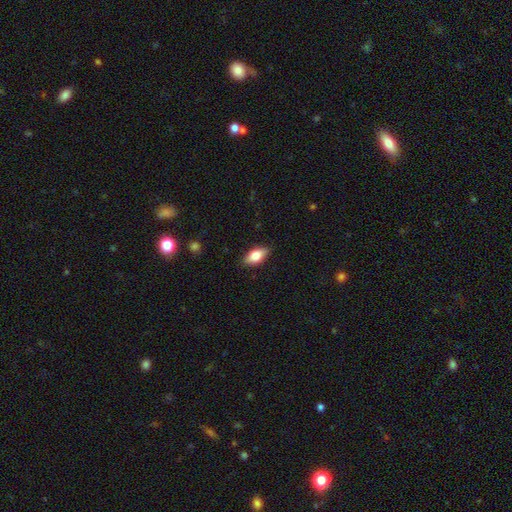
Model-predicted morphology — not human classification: A smooth galaxy with no disk features (75%) that is in between round and cigar-shaped (87%). Merging: none (85%).